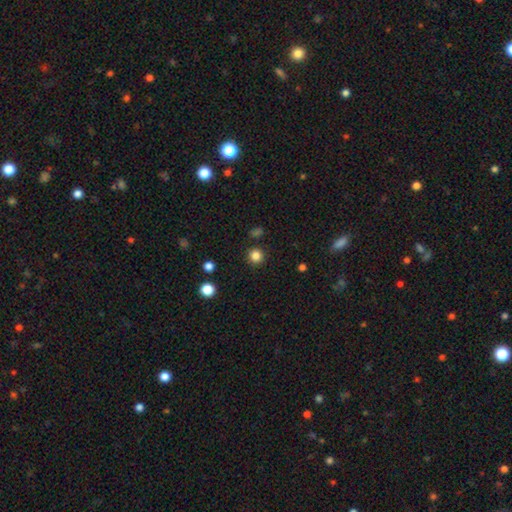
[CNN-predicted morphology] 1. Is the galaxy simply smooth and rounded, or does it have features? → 84% smooth, 13% star or artifact, 4% featured or disk.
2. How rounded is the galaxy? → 93% round, 6% in between, 1% cigar-shaped.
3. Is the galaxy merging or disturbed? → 90% none, 6% minor disturbance, 2% merger, 2% major disturbance.